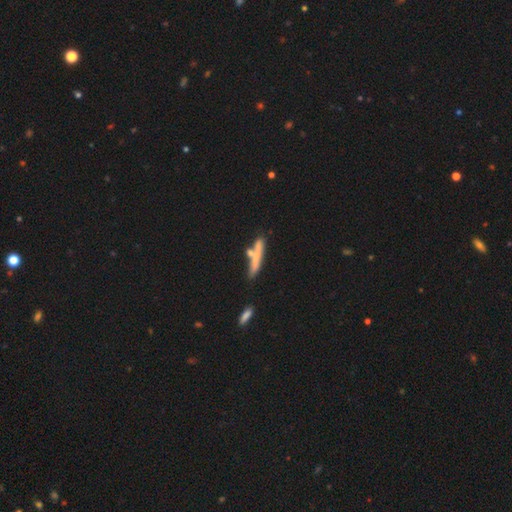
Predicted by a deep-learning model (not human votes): This is possibly a smooth galaxy (60%). How rounded: clearly cigar-shaped (89%). Merging: possibly none (57%).